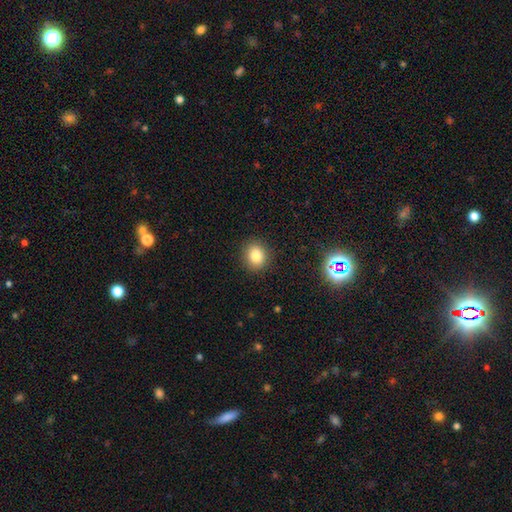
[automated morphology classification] This appears to be a smooth galaxy with no disk features (81%) that is round (75%). Merging: none (90%).